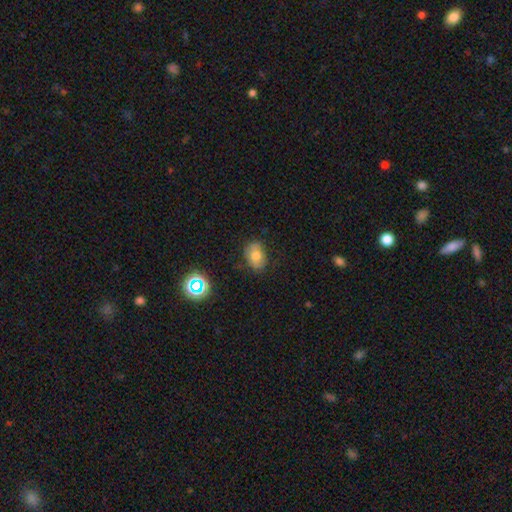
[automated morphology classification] Smooth or featured?
  - smooth: 70% *
  - featured or disk: 19%
  - star or artifact: 12%
How rounded?
  - in between: 73% *
  - round: 26%
  - cigar-shaped: 1%
Merging?
  - none: 77% *
  - minor disturbance: 17%
  - major disturbance: 4%
  - merger: 1%